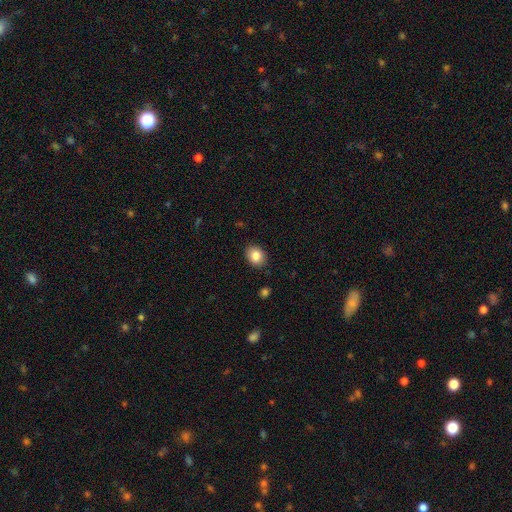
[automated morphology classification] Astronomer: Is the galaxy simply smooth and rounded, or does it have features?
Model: smooth — 85%.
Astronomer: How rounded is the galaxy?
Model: in between — 52% (runner-up: round, 47%).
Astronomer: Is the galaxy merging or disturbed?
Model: none — 88%.